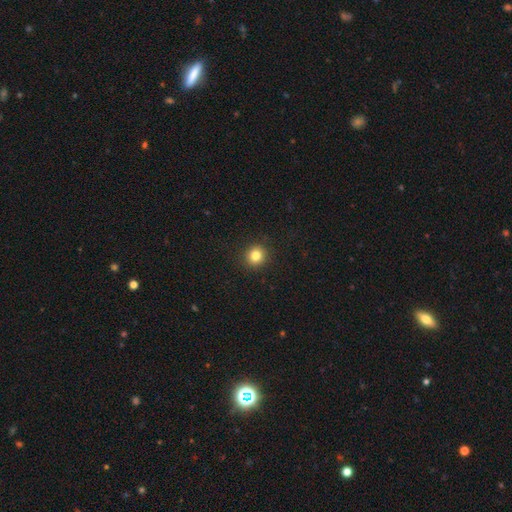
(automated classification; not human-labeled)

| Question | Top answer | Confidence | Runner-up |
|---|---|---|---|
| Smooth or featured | smooth | 82% | star or artifact (12%) |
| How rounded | round | 91% | in between (8%) |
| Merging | none | 92% | minor disturbance (5%) |